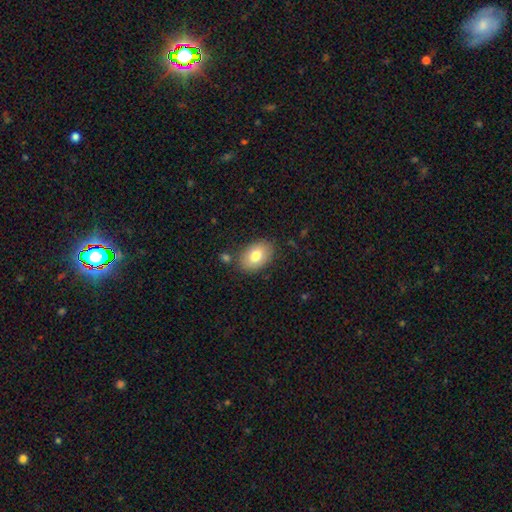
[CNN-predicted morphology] This is likely a smooth galaxy (78%). How rounded: clearly in between (85%). Merging: clearly none (81%).